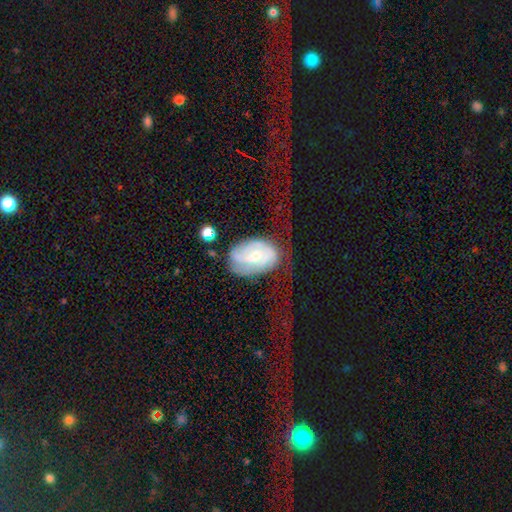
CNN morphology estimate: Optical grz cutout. It shows a featured or disk galaxy (71%) with no bar (44%, tied with weak), 2 (44%) tight (45%) spiral arms (85%) and a small central bulge (47%, tied with moderate). Merging: none (44%).